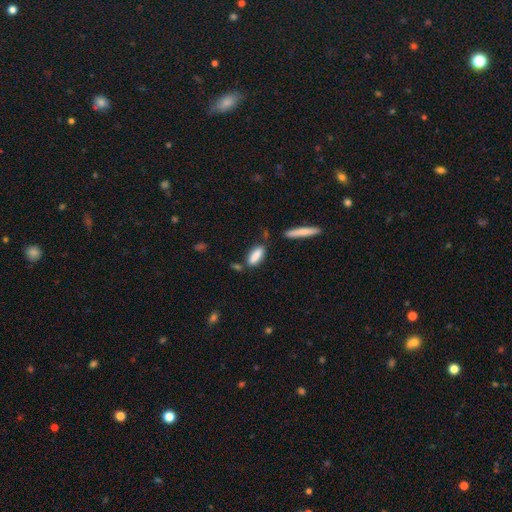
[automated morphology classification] The model was most divided on "how rounded": in between: 61%, cigar-shaped: 37%, round: 2%. More confident: smooth or featured — smooth (85%); merging — none (71%).